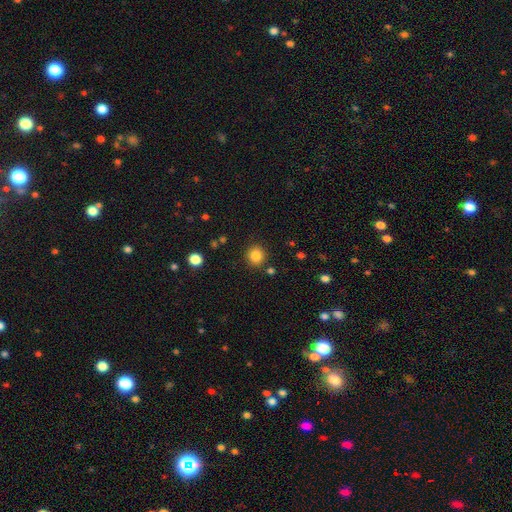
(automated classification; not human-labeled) smooth 84%, star or artifact 11%, featured or disk 5%. Down the decision tree: how rounded — round (88%); merging — none (87%).